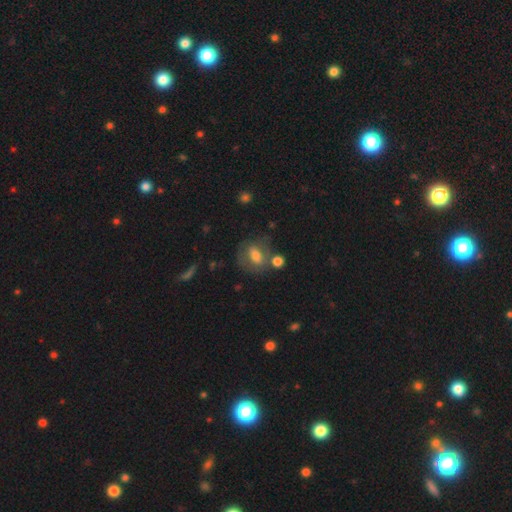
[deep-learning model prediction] Smooth or featured? Predicted: smooth (p=0.60). How rounded? Predicted: in between (p=0.67). Merging? Predicted: none (p=0.56).